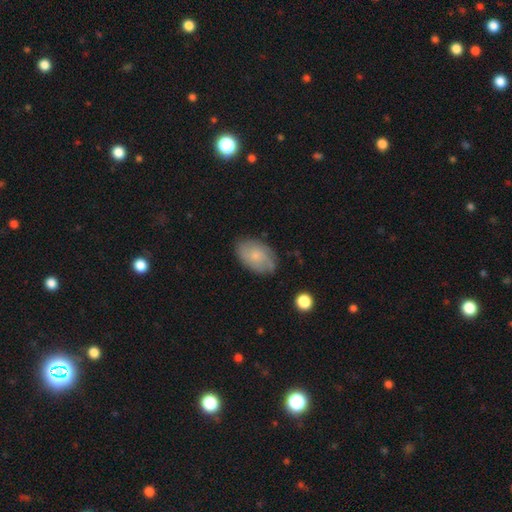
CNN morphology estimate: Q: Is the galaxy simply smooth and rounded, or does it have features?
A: smooth — 58%.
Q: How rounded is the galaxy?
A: in between — 89%.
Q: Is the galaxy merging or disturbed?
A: none — 75%.